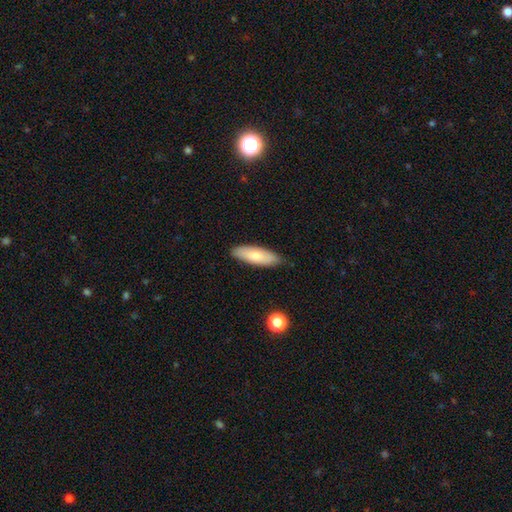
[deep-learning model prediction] Q: Smooth or featured?
A: smooth (75%); runner-up: featured or disk (19%)
Q: How rounded?
A: in between (61%); runner-up: cigar-shaped (38%)
Q: Merging?
A: none (82%); runner-up: minor disturbance (14%)